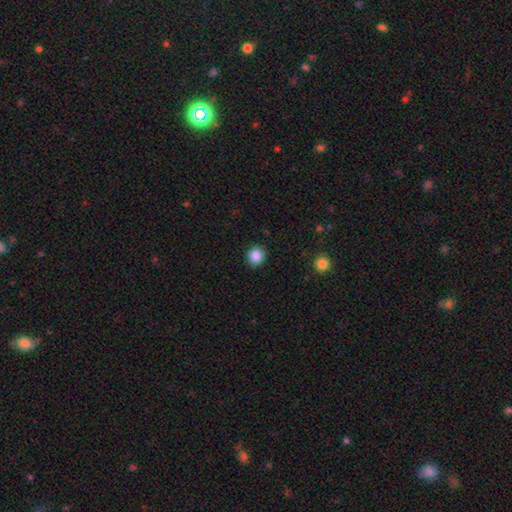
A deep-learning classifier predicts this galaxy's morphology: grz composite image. It shows a smooth galaxy with no disk features (86%) that is round (91%). Merging: none (92%).